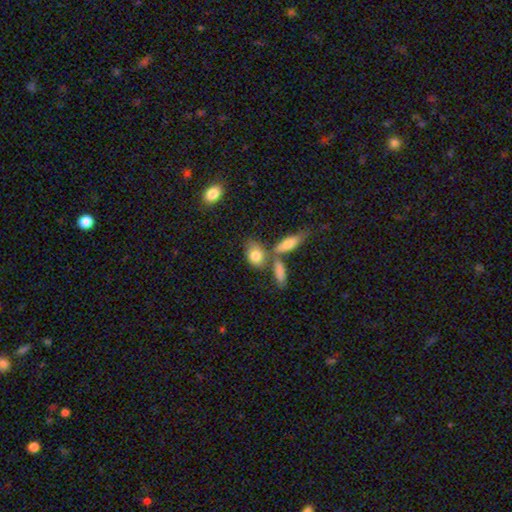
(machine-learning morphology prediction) Overall: smooth (79%). How rounded: in between (71%). Merging: none (50%; merger 30%).